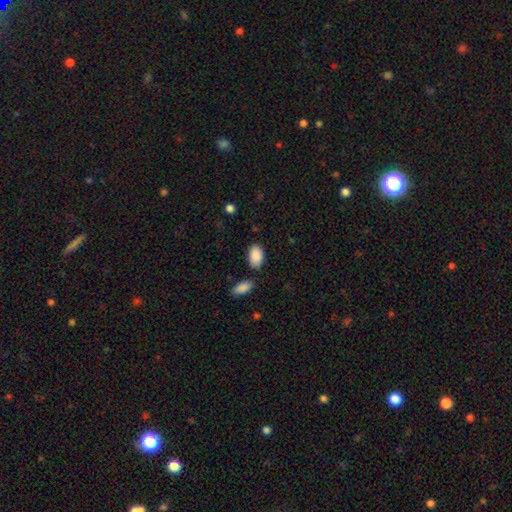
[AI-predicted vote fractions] Smooth or featured?
  - smooth: 90% *
  - star or artifact: 6%
  - featured or disk: 4%
How rounded?
  - in between: 94% *
  - round: 4%
  - cigar-shaped: 2%
Merging?
  - none: 79% *
  - minor disturbance: 12%
  - merger: 6%
  - major disturbance: 3%